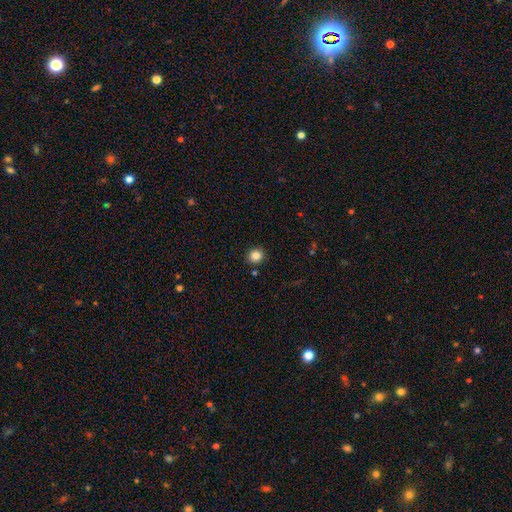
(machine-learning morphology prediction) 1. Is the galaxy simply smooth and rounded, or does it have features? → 83% smooth, 11% star or artifact, 5% featured or disk.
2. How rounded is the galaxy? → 90% round, 9% in between, 1% cigar-shaped.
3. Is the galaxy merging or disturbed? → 89% none, 7% minor disturbance, 2% merger, 2% major disturbance.